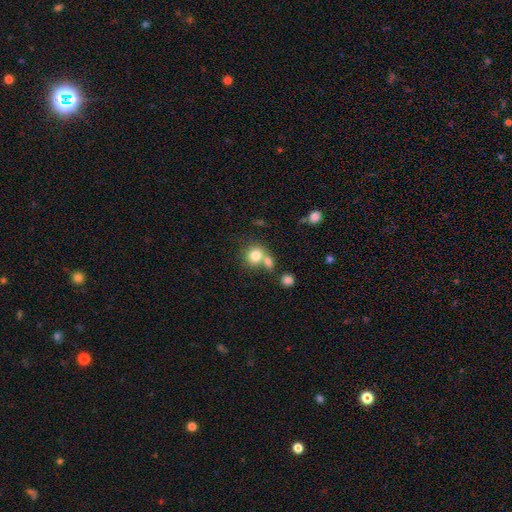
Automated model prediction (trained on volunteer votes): This appears to be a smooth galaxy with no disk features (80%) that is round (77%). Merging: none (46%).